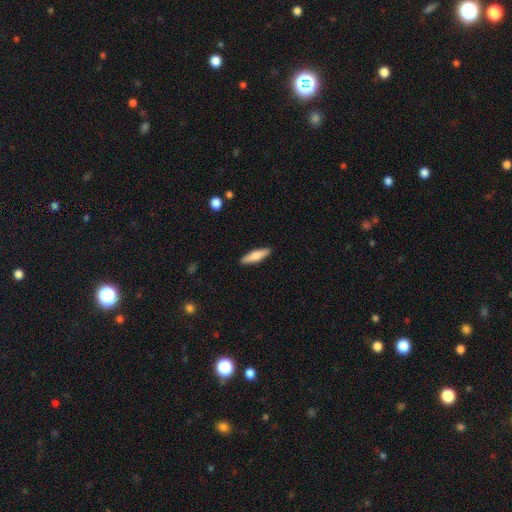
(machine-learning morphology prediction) This appears to be a smooth galaxy with no disk features (64%) that is cigar-shaped (66%). Merging: none (90%).